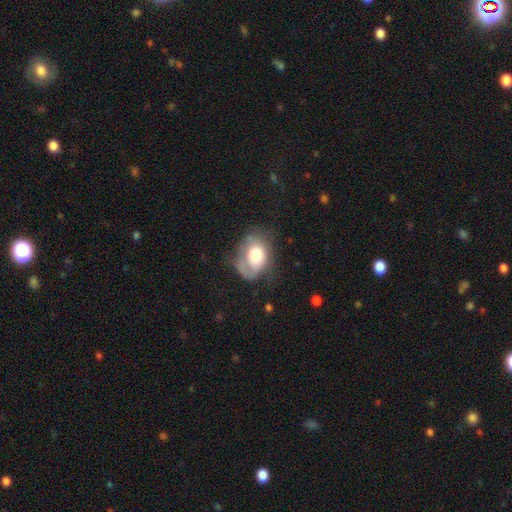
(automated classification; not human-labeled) Smooth or featured?
  - smooth: 59% *
  - featured or disk: 33%
  - star or artifact: 8%
How rounded?
  - in between: 74% *
  - round: 25%
  - cigar-shaped: 1%
Merging?
  - none: 44% *
  - minor disturbance: 30%
  - major disturbance: 24%
  - merger: 3%